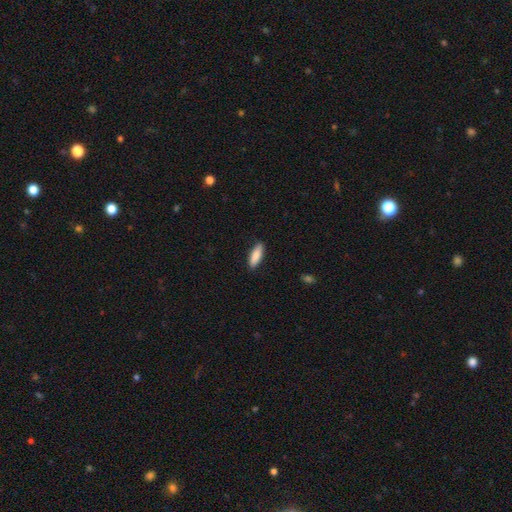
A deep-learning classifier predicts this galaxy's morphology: A smooth galaxy with no disk features (87%) that is in between round and cigar-shaped (54%). Merging: none (87%).